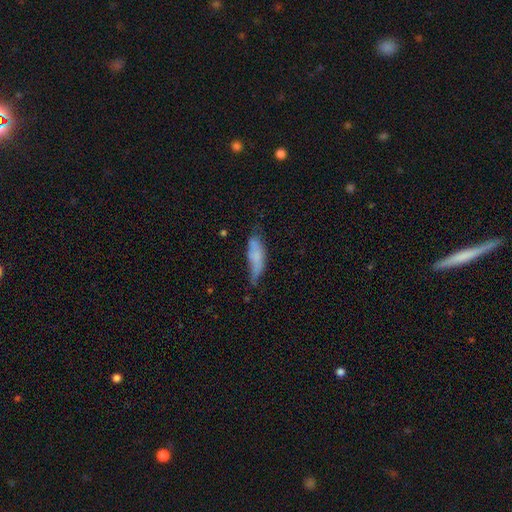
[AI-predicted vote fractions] The model was most divided on "merging": minor disturbance: 40%, none: 38%, major disturbance: 18%, merger: 4%. More confident: smooth or featured — smooth (68%); how rounded — in between (52%).